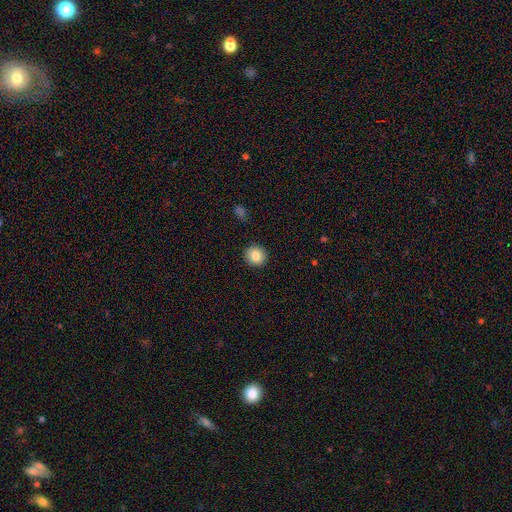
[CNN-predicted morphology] smooth_or_featured: smooth (p=0.85) [alt: star or artifact p=0.09]
how_rounded: round (p=0.92) [alt: in between p=0.08]
merging: none (p=0.92) [alt: minor disturbance p=0.06]